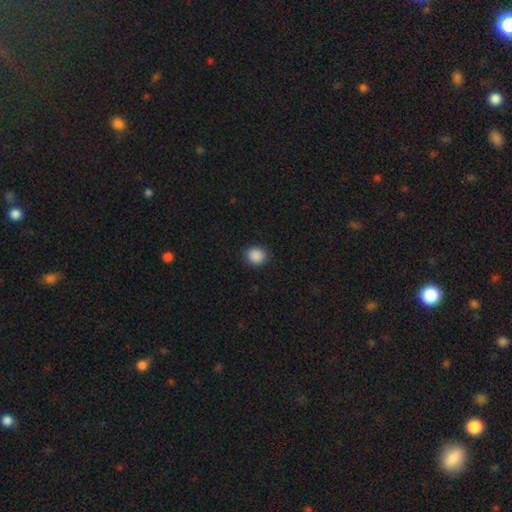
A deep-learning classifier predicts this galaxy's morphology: type=smooth (88%); roundness=round (77%); merging=none (90%).